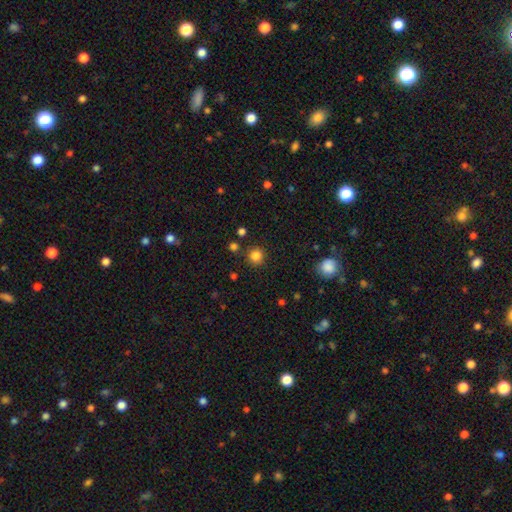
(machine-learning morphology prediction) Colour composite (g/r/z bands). It shows a smooth galaxy with no disk features (84%) that is round (93%). Merging: none (87%).